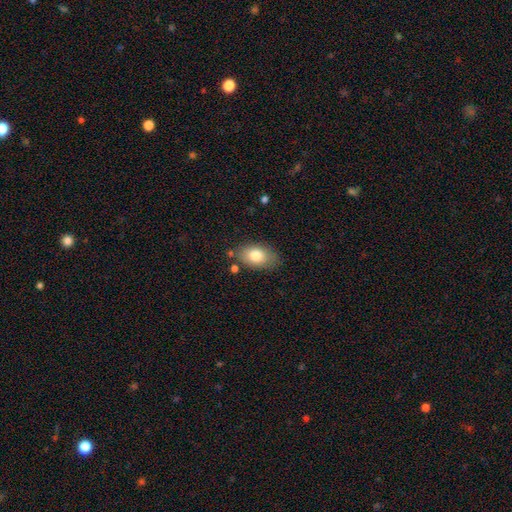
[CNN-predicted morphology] Smooth or featured? smooth (80%)
How rounded? in between (90%)
Merging? none (77%)